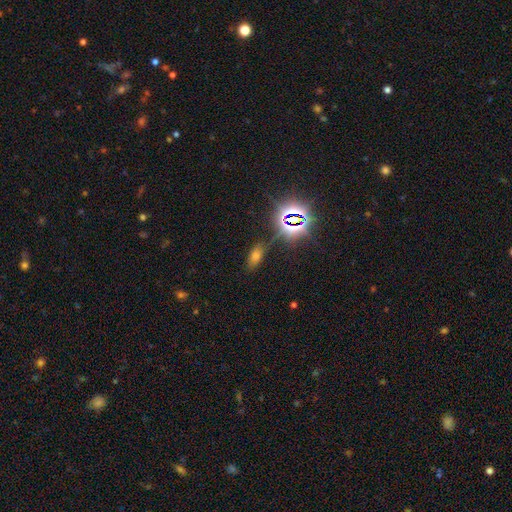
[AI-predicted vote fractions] The model was most divided on "smooth or featured": smooth: 44%, star or artifact: 43%, featured or disk: 12%. More confident: merging — none (78%).